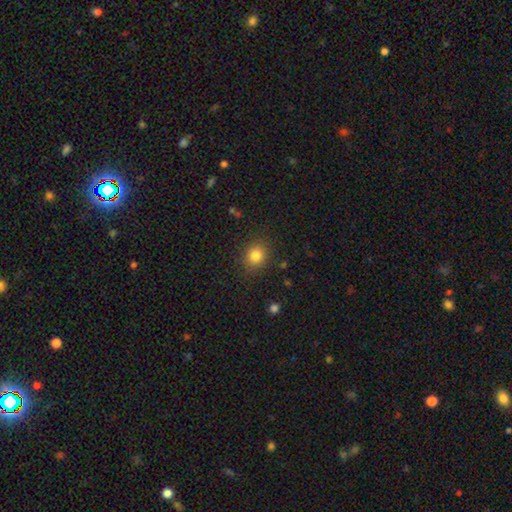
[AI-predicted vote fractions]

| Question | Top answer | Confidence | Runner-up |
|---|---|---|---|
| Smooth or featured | smooth | 82% | star or artifact (12%) |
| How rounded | round | 75% | in between (24%) |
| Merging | none | 87% | minor disturbance (9%) |